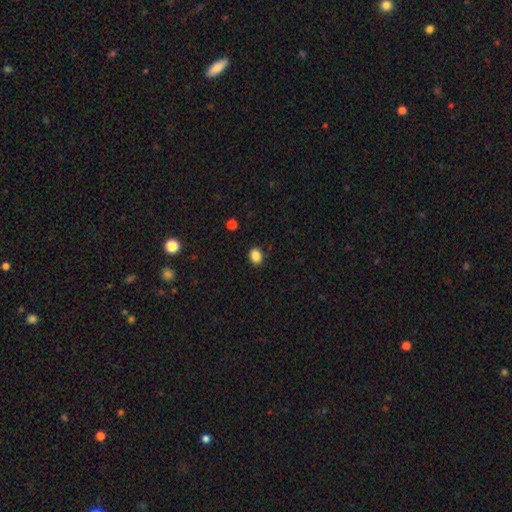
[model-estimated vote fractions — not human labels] Smooth or featured? Predicted: smooth (p=0.86). How rounded? Predicted: round (p=0.52). Merging? Predicted: none (p=0.89).